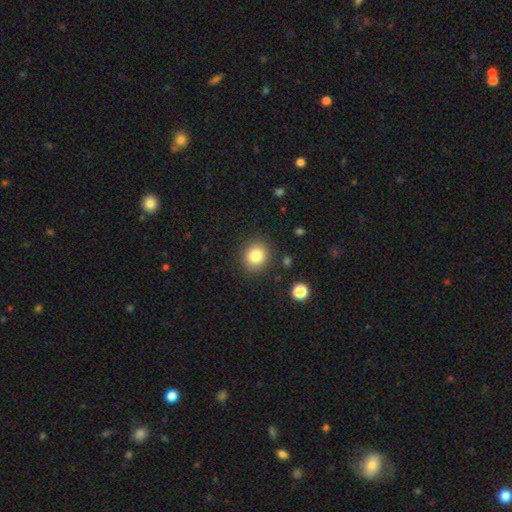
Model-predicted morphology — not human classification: Smooth or featured?
  - smooth: 83% *
  - star or artifact: 11%
  - featured or disk: 6%
How rounded?
  - round: 78% *
  - in between: 21%
  - cigar-shaped: 1%
Merging?
  - none: 86% *
  - minor disturbance: 8%
  - major disturbance: 3%
  - merger: 2%